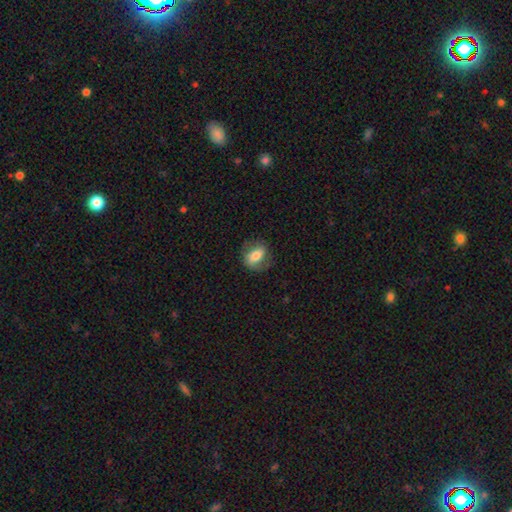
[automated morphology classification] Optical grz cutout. It shows a smooth galaxy with no disk features (55%) that is in between round and cigar-shaped (65%). Merging: none (73%).